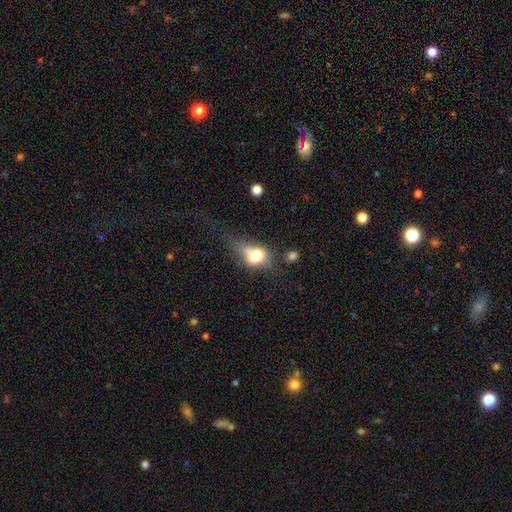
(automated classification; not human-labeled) smooth-or-featured: smooth: 68% | featured or disk: 21% | star or artifact: 11%
  how-rounded: in between: 63% | round: 34% | cigar-shaped: 3%
  merging: major disturbance: 29% | none: 28% | minor disturbance: 28% | merger: 16%